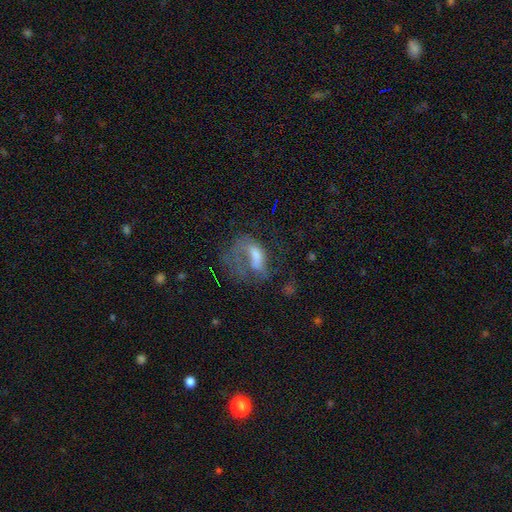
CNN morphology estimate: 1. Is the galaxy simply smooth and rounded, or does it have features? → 51% featured or disk, 35% smooth, 14% star or artifact.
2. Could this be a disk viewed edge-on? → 94% no, 6% yes.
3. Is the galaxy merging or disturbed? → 52% major disturbance, 26% none, 16% minor disturbance, 7% merger.